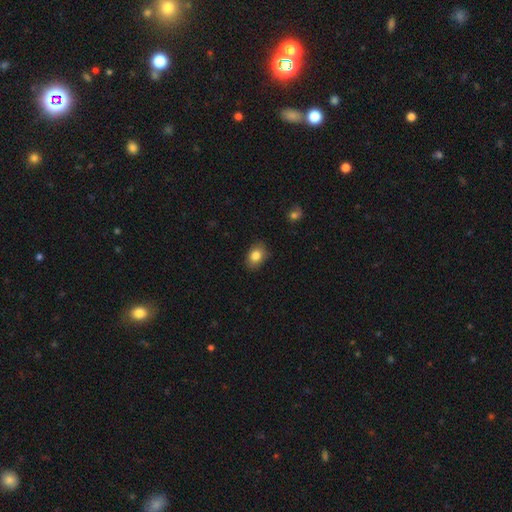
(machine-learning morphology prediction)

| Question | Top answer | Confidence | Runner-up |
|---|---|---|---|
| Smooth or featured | smooth | 84% | star or artifact (9%) |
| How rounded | in between | 77% | round (22%) |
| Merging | none | 85% | minor disturbance (12%) |